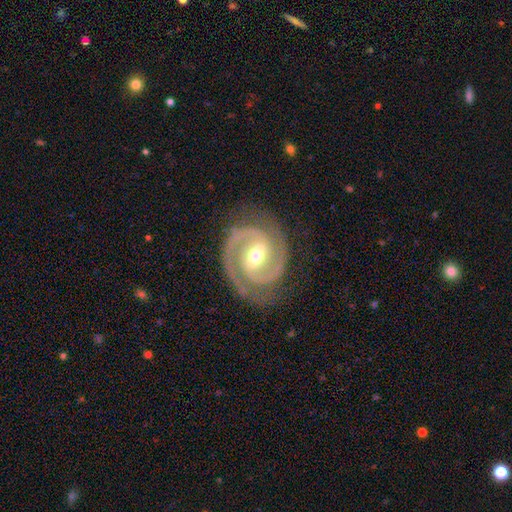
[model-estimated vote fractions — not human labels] Smooth or featured? Predicted: featured or disk (p=0.93). Edge-on disk? Predicted: no (p=0.98). Bar? Predicted: weak (p=0.44). Spiral arms? Predicted: yes (p=0.98). Spiral winding? Predicted: tight (p=0.54). Spiral arm count? Predicted: 2 (p=0.93). Bulge size? Predicted: moderate (p=0.73). Merging? Predicted: none (p=0.81).